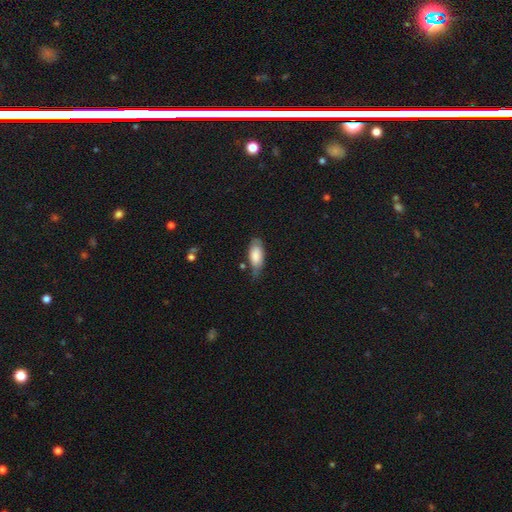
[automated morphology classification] A smooth galaxy with no disk features (79%) that is in between round and cigar-shaped (86%). Merging: none (48%).